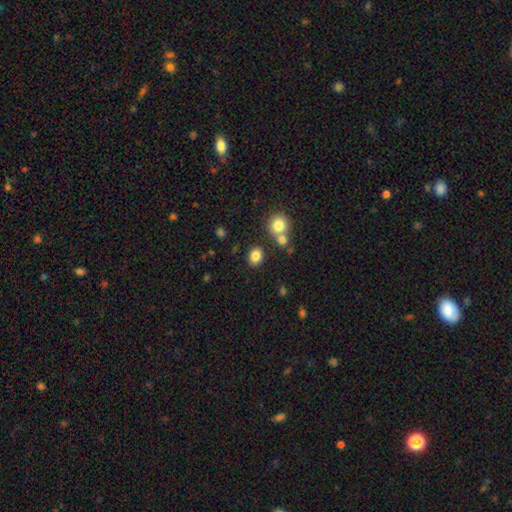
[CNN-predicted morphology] A smooth galaxy with no disk features (83%) that is round (53%).

Vote fractions:
- Smooth or featured? smooth: 83% / star or artifact: 11% / featured or disk: 5%
- How rounded? round: 53% / in between: 46% / cigar-shaped: 1%
- Merging? none: 78% / merger: 10% / minor disturbance: 9% / major disturbance: 3%